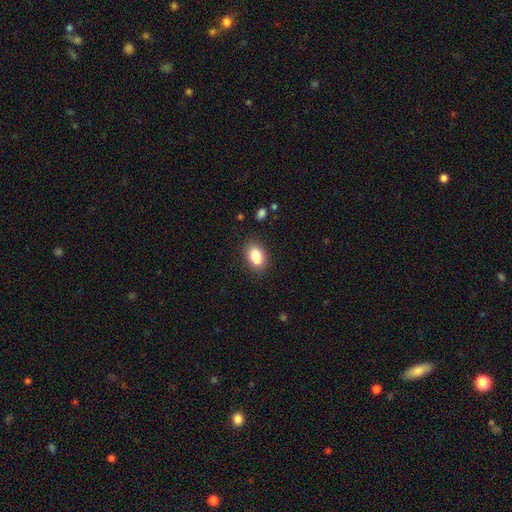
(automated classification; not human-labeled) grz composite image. It shows a smooth galaxy with no disk features (85%) that is in between round and cigar-shaped (87%). Merging: none (80%).